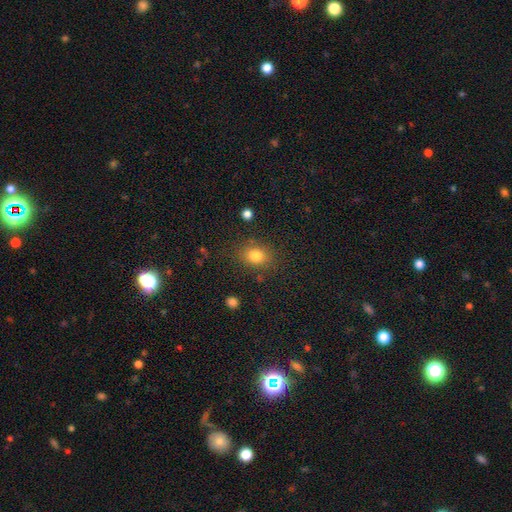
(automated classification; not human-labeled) This appears to be a smooth galaxy with no disk features (81%) that is round (50%). Merging: none (81%).